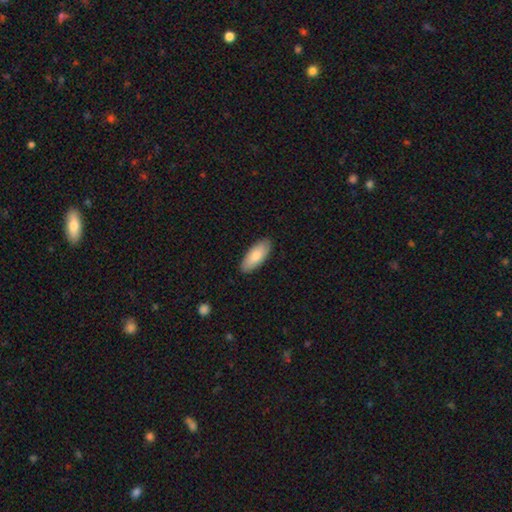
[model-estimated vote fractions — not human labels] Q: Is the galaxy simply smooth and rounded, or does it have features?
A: smooth — 81%.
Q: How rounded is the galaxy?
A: in between — 84%.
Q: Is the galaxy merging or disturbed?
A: none — 89%.